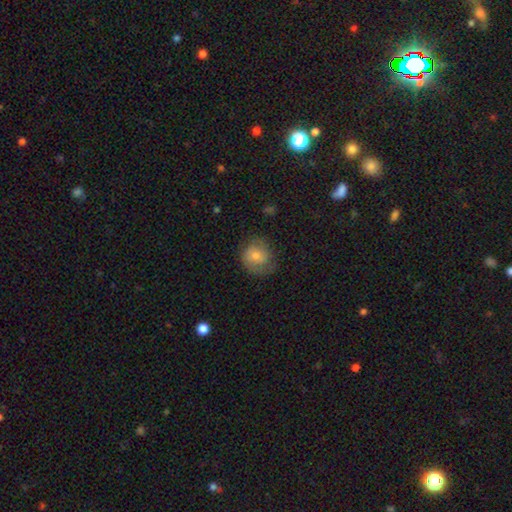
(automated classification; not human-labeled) The model was most divided on "smooth or featured": smooth: 61%, featured or disk: 30%, star or artifact: 9%. More confident: how rounded — round (77%); merging — none (62%).